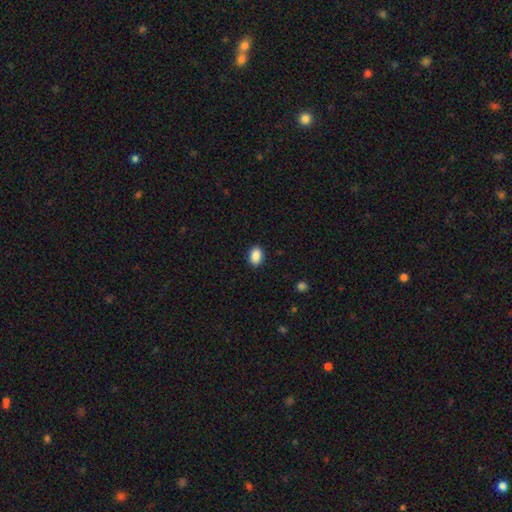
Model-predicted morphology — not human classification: Overall: smooth (89%). How rounded: in between (80%). Merging: none (89%).